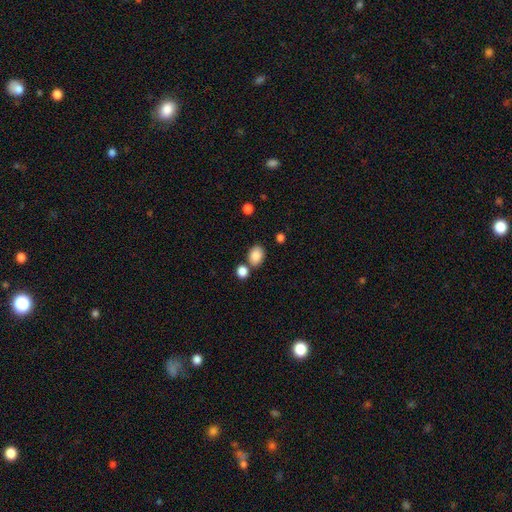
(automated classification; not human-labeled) Smooth or featured: smooth — 87% (star or artifact — 9%)
How rounded: in between — 71% (round — 28%)
Merging: none — 70% (merger — 16%)